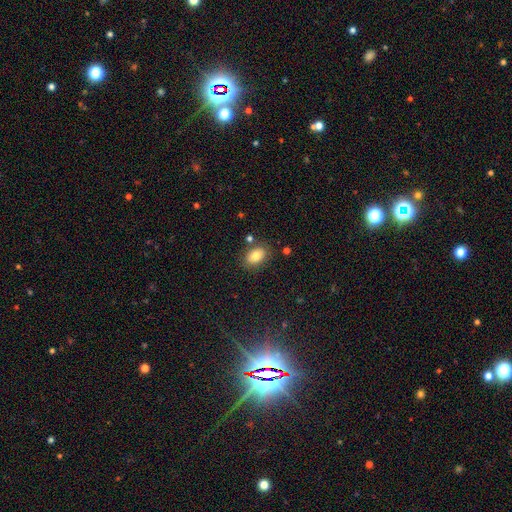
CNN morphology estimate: Smooth or featured? smooth (79%)
How rounded? in between (85%)
Merging? none (80%)